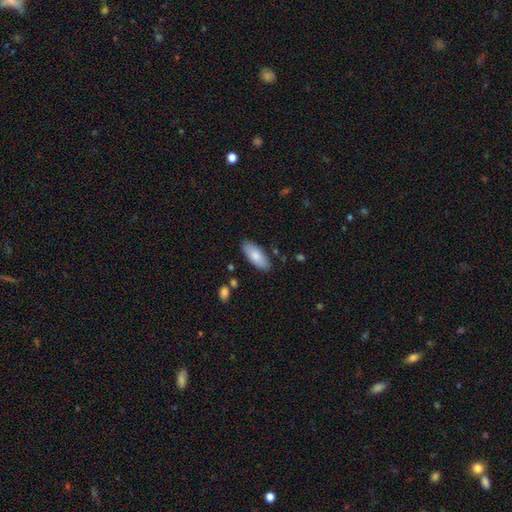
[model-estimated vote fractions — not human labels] Smooth or featured?
  - smooth: 83% *
  - featured or disk: 12%
  - star or artifact: 6%
How rounded?
  - in between: 84% *
  - cigar-shaped: 14%
  - round: 2%
Merging?
  - none: 85% *
  - minor disturbance: 11%
  - major disturbance: 2%
  - merger: 2%